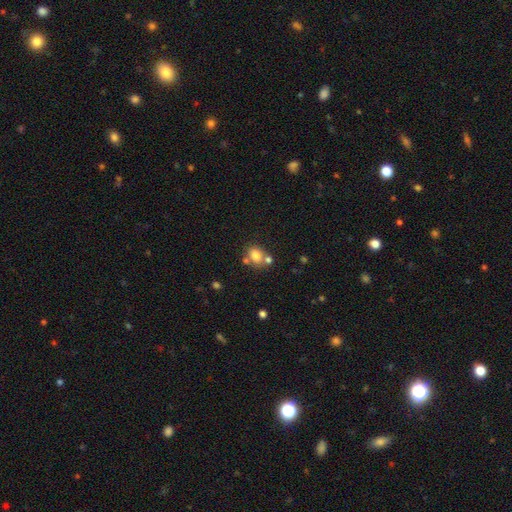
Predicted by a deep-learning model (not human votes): Overall: smooth (78%). How rounded: in between (53%; round 46%). Merging: none (55%; merger 28%).